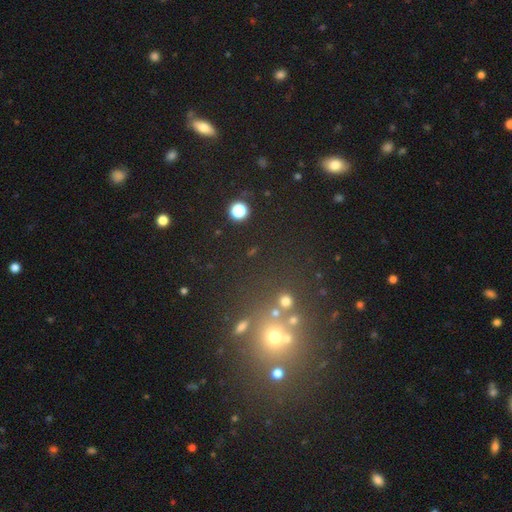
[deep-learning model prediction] Smooth or featured: star or artifact — 54% (smooth — 33%)